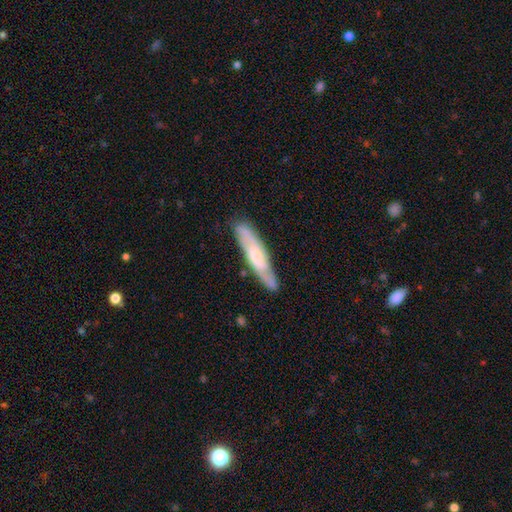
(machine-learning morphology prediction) This appears to be a featured or disk galaxy (61%). Merging: none (82%).